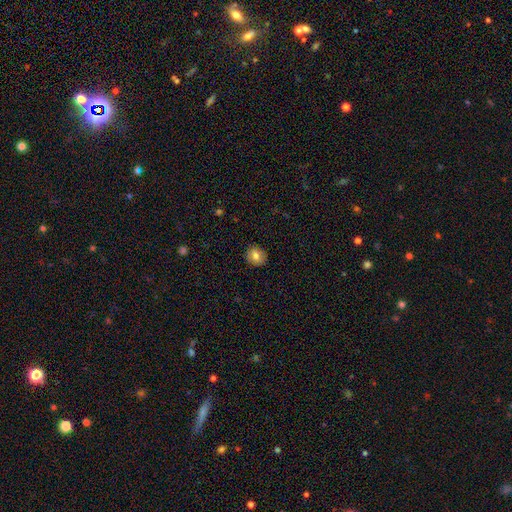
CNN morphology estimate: Q: Smooth or featured?
A: smooth (80%); runner-up: featured or disk (11%)
Q: How rounded?
A: round (73%); runner-up: in between (26%)
Q: Merging?
A: none (90%); runner-up: minor disturbance (7%)